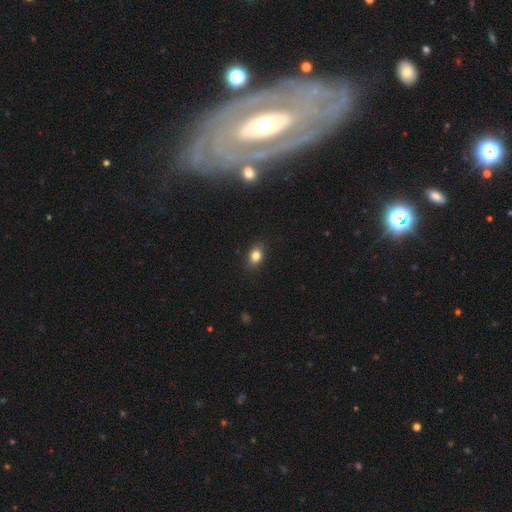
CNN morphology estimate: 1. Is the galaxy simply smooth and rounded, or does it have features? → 81% smooth, 11% star or artifact, 7% featured or disk.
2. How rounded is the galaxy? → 66% in between, 32% round, 2% cigar-shaped.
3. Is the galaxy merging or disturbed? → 85% none, 11% minor disturbance, 3% major disturbance, 1% merger.